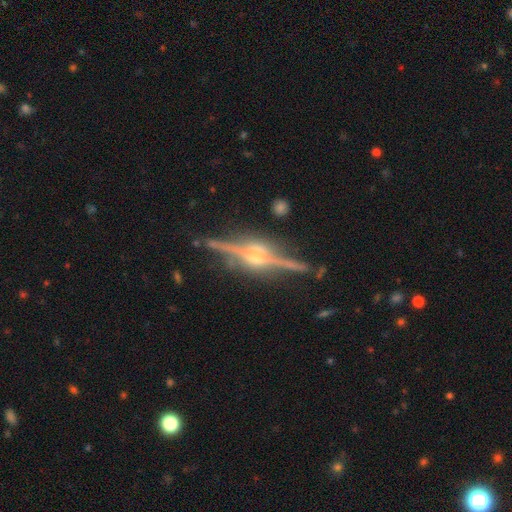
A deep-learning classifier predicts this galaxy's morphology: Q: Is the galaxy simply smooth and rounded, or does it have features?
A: featured or disk — 90%.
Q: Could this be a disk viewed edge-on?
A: yes — 97%.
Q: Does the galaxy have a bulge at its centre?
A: rounded — 91%.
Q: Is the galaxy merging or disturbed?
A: none — 85%.